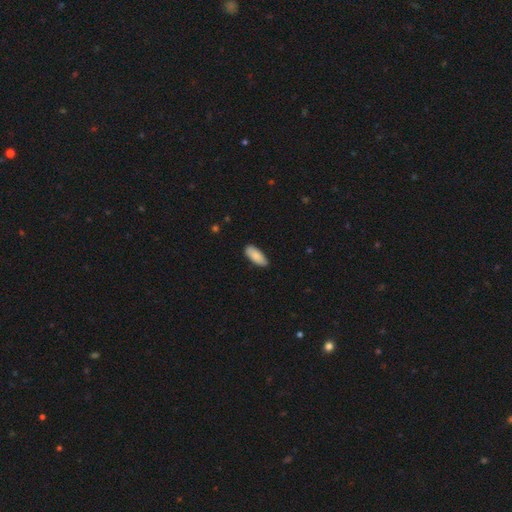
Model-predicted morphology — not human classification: Q: Smooth or featured?
A: smooth (86%); runner-up: featured or disk (8%)
Q: How rounded?
A: in between (82%); runner-up: cigar-shaped (16%)
Q: Merging?
A: none (84%); runner-up: minor disturbance (13%)